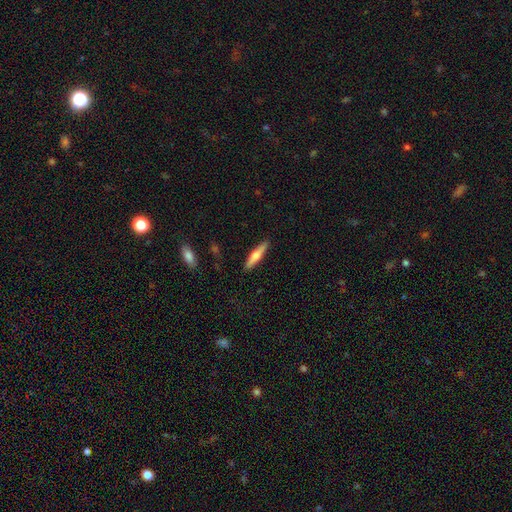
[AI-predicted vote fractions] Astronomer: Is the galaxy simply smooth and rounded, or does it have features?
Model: smooth — 50% (runner-up: featured or disk, 44%).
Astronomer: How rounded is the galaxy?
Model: cigar-shaped — 87%.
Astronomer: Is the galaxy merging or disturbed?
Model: none — 90%.